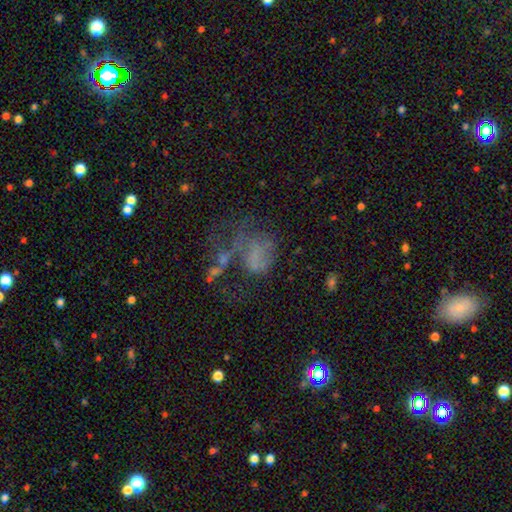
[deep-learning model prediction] A featured or disk galaxy (43%).

Vote fractions:
- Smooth or featured? featured or disk: 43% / smooth: 35% / star or artifact: 22%
- Merging? major disturbance: 46% / none: 25% / minor disturbance: 15% / merger: 14%